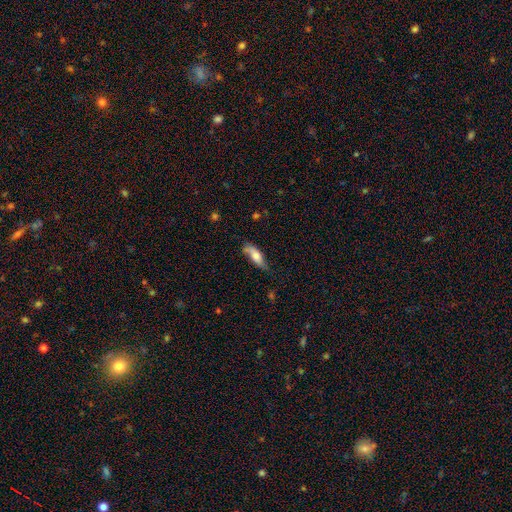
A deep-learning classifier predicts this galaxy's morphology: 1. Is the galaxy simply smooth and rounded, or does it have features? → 67% smooth, 27% featured or disk, 7% star or artifact.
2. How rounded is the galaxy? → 60% in between, 38% cigar-shaped, 2% round.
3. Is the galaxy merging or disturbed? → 54% none, 33% minor disturbance, 10% major disturbance, 4% merger.